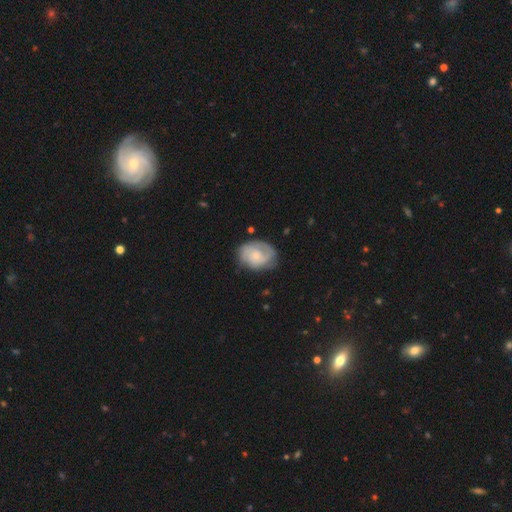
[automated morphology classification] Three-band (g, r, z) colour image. It shows a featured or disk galaxy (54%) with no bar (75%), spiral arms (82%) and a small central bulge (56%). Merging: none (63%).